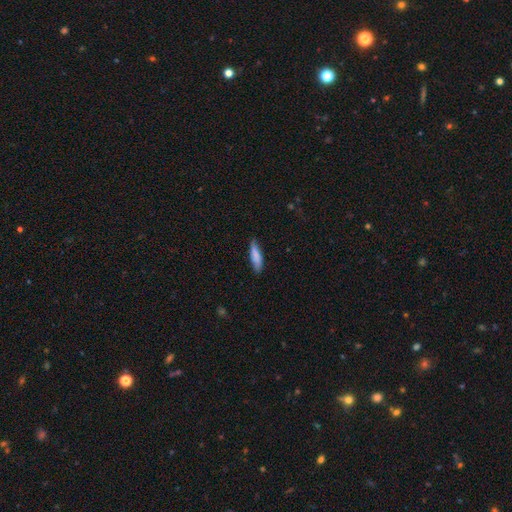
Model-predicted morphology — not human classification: Overall: smooth (78%). How rounded: cigar-shaped (65%; in between 33%). Merging: none (73%).